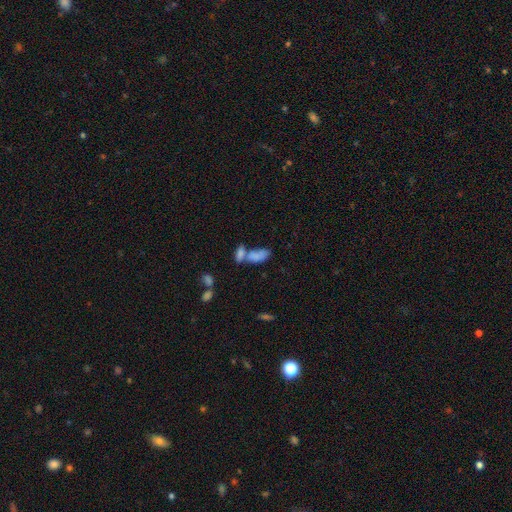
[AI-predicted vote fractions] Q: Smooth or featured?
A: smooth (77%); runner-up: featured or disk (14%)
Q: How rounded?
A: in between (89%); runner-up: cigar-shaped (7%)
Q: Merging?
A: merger (58%); runner-up: none (24%)